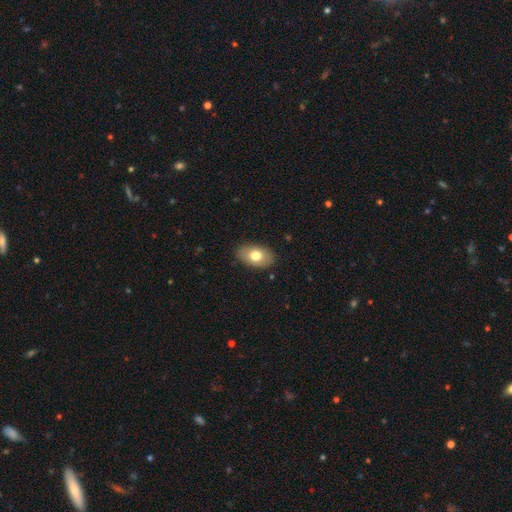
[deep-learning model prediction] smooth_or_featured: smooth (p=0.74) [alt: featured or disk p=0.19]
how_rounded: in between (p=0.90) [alt: round p=0.09]
merging: none (p=0.85) [alt: minor disturbance p=0.12]